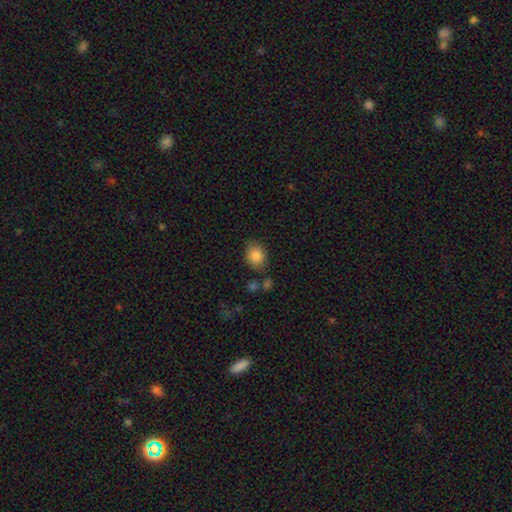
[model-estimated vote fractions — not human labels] Smooth or featured?
  - smooth: 85% *
  - star or artifact: 9%
  - featured or disk: 6%
How rounded?
  - round: 52% *
  - in between: 47%
  - cigar-shaped: 1%
Merging?
  - none: 74% *
  - minor disturbance: 16%
  - merger: 6%
  - major disturbance: 4%